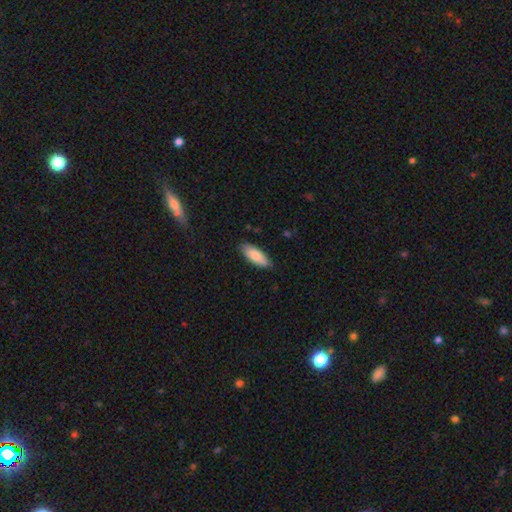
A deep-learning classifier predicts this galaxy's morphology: Overall: smooth (83%). How rounded: in between (72%). Merging: none (86%).